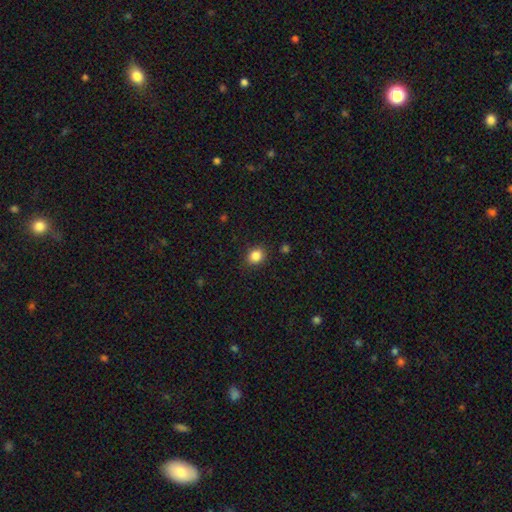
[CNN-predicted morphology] A smooth galaxy with no disk features (85%) that is round (65%).

Vote fractions:
- Smooth or featured? smooth: 85% / star or artifact: 11% / featured or disk: 4%
- How rounded? round: 65% / in between: 34% / cigar-shaped: 1%
- Merging? none: 87% / minor disturbance: 9% / major disturbance: 2% / merger: 1%